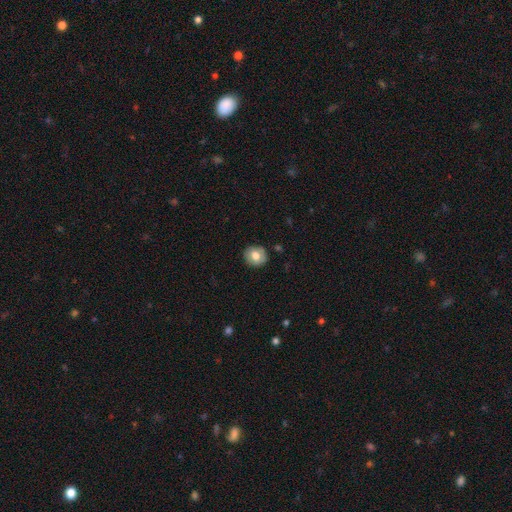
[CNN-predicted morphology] Q: Smooth or featured?
A: smooth (73%); runner-up: featured or disk (19%)
Q: How rounded?
A: round (82%); runner-up: in between (17%)
Q: Merging?
A: none (86%); runner-up: minor disturbance (11%)